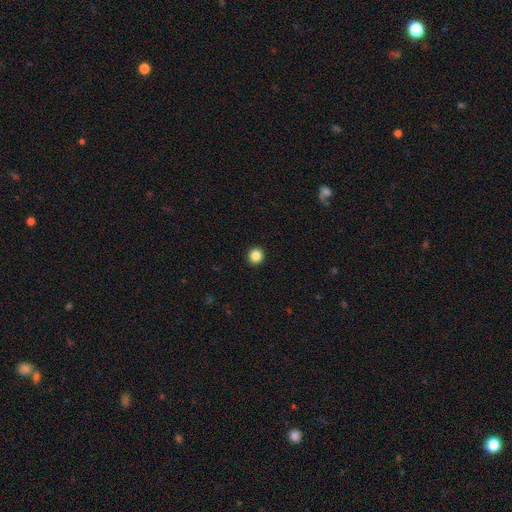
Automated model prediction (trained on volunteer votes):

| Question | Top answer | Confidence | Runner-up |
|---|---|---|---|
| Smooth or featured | smooth | 86% | star or artifact (10%) |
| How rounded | round | 94% | in between (5%) |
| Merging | none | 94% | minor disturbance (4%) |